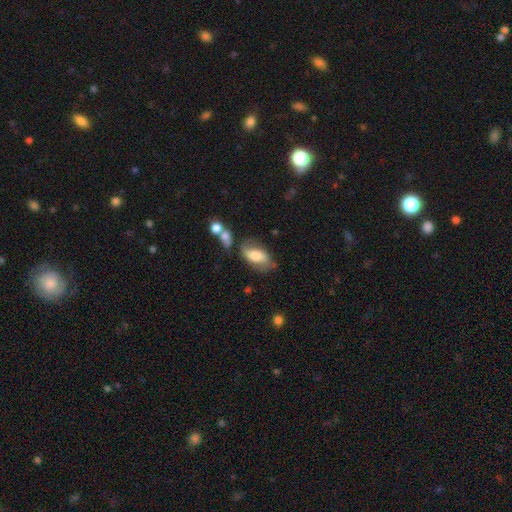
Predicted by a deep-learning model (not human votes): Q: Smooth or featured?
A: smooth (59%); runner-up: featured or disk (33%)
Q: How rounded?
A: in between (90%); runner-up: cigar-shaped (5%)
Q: Merging?
A: none (55%); runner-up: minor disturbance (25%)